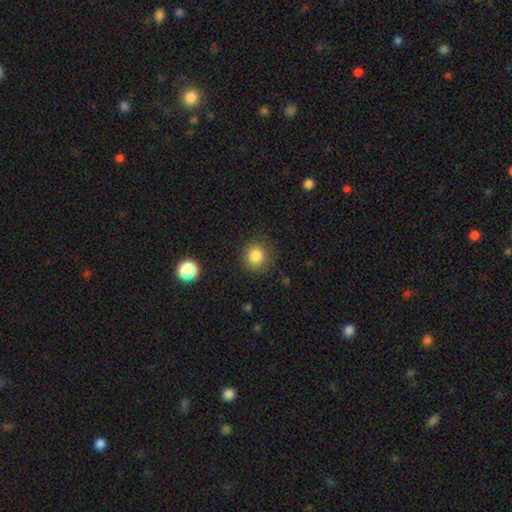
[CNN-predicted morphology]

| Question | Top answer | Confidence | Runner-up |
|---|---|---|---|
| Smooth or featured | smooth | 84% | star or artifact (10%) |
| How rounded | round | 85% | in between (14%) |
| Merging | none | 83% | minor disturbance (11%) |